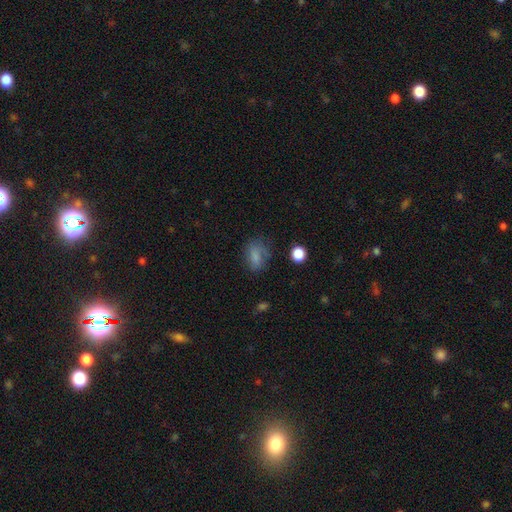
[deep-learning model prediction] A smooth galaxy with no disk features (74%) that is in between round and cigar-shaped (75%). Merging: none (56%).